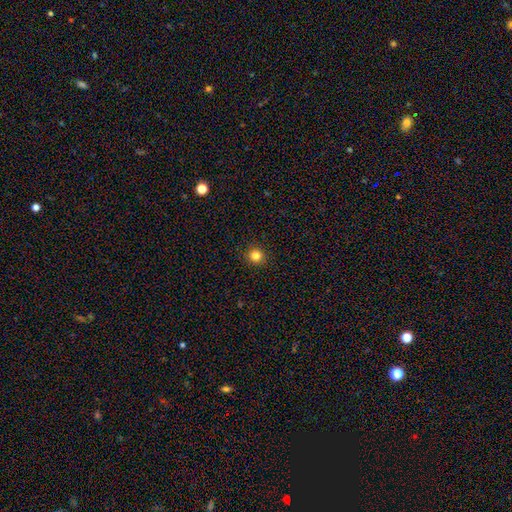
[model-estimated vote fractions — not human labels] Smooth or featured?
  - smooth: 83% *
  - star or artifact: 13%
  - featured or disk: 4%
How rounded?
  - round: 93% *
  - in between: 7%
  - cigar-shaped: 1%
Merging?
  - none: 92% *
  - minor disturbance: 5%
  - major disturbance: 2%
  - merger: 1%